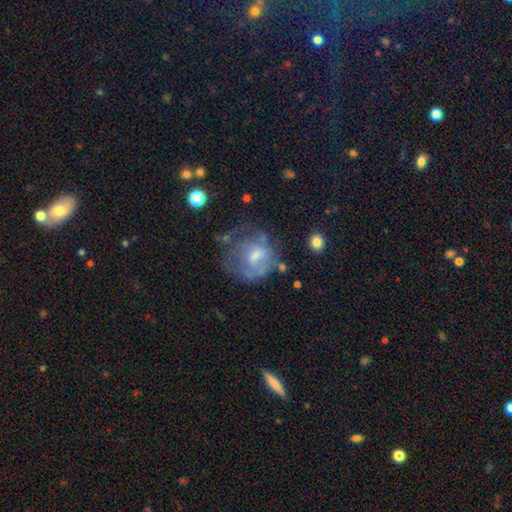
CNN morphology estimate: Q: Smooth or featured?
A: featured or disk (55%); runner-up: smooth (33%)
Q: Edge-on disk?
A: no (96%); runner-up: yes (4%)
Q: Bar?
A: no (52%); runner-up: weak (40%)
Q: Spiral arms?
A: no (55%); runner-up: yes (45%)
Q: Bulge size?
A: moderate (45%); runner-up: small (38%)
Q: Merging?
A: none (43%); runner-up: major disturbance (28%)